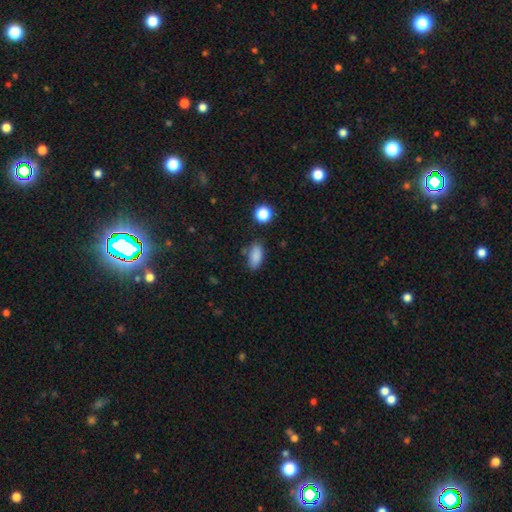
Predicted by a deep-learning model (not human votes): Smooth or featured? smooth (86%)
How rounded? in between (86%)
Merging? none (74%)